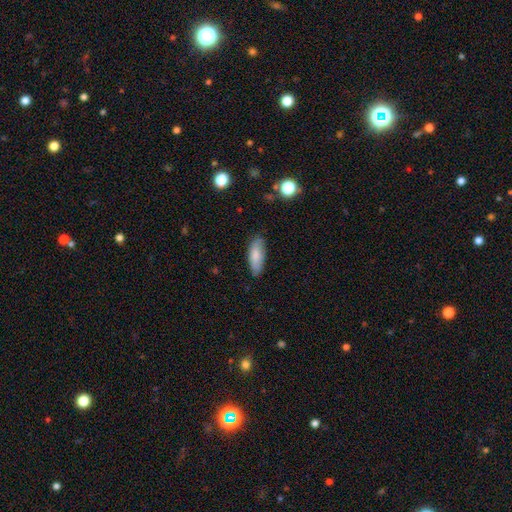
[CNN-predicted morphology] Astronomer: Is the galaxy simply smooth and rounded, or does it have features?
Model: smooth — 82%.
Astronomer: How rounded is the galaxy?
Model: in between — 70%.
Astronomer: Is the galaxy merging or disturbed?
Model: none — 80%.